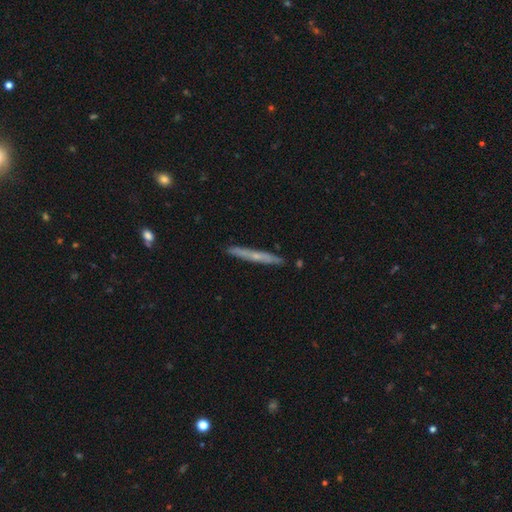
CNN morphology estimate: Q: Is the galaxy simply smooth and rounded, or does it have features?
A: featured or disk — 53%.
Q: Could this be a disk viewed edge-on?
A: yes — 95%.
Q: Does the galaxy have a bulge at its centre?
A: none — 52%.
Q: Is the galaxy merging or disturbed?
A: none — 89%.